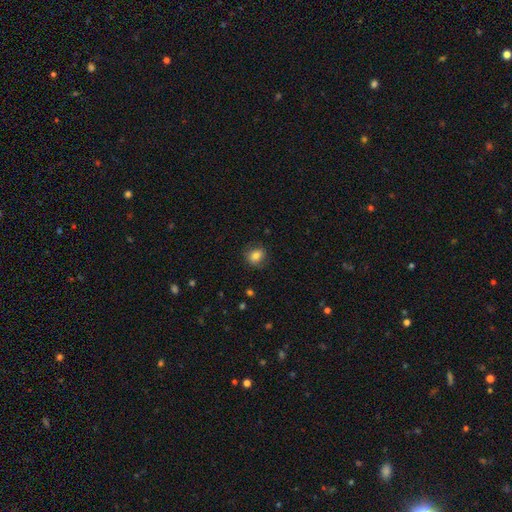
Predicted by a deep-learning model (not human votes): A smooth galaxy with no disk features (81%) that is round (71%). Merging: none (81%).